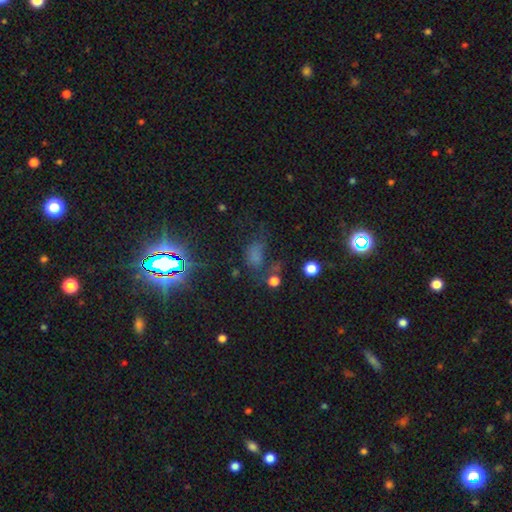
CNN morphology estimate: A star or artifact, not a galaxy (44%).

Vote fractions:
- Smooth or featured? star or artifact: 44% / smooth: 42% / featured or disk: 14%